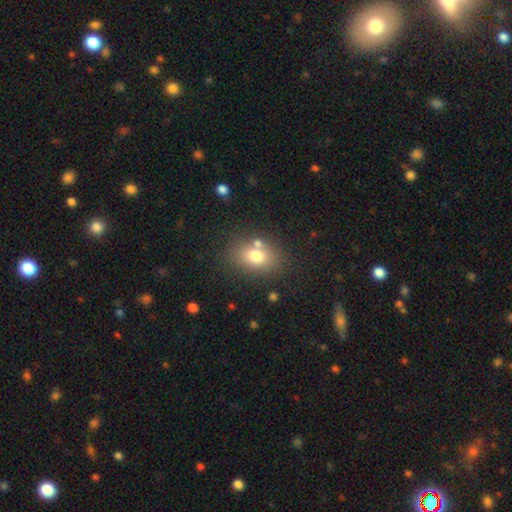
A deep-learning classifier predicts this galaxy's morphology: The model was most divided on "how rounded": in between: 65%, round: 33%, cigar-shaped: 1%. More confident: smooth or featured — smooth (73%); merging — none (68%).